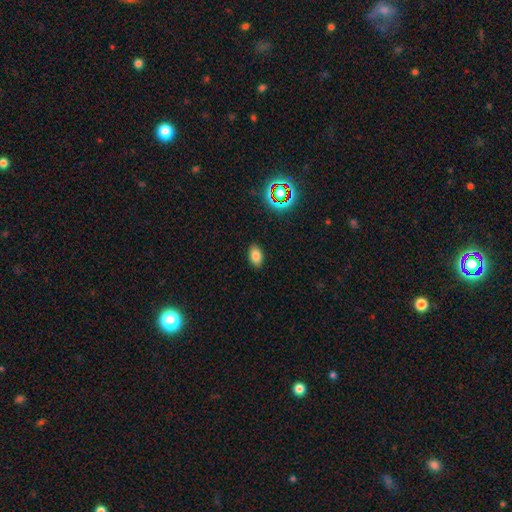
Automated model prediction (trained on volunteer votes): Smooth or featured?
  - smooth: 79% *
  - star or artifact: 13%
  - featured or disk: 7%
How rounded?
  - in between: 89% *
  - round: 10%
  - cigar-shaped: 2%
Merging?
  - none: 88% *
  - minor disturbance: 8%
  - major disturbance: 2%
  - merger: 1%